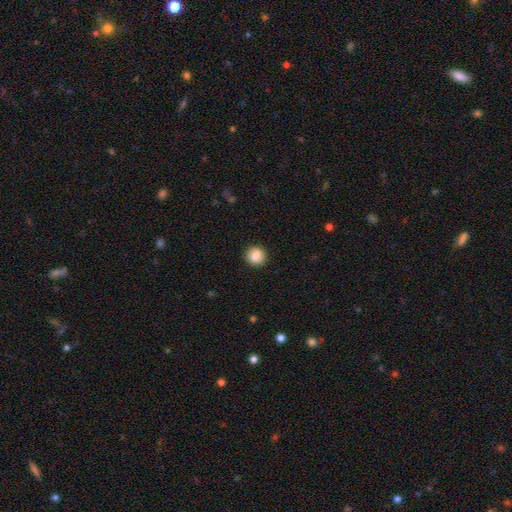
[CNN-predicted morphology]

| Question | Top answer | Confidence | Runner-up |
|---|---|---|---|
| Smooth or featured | smooth | 84% | star or artifact (8%) |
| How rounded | round | 86% | in between (13%) |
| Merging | none | 88% | minor disturbance (8%) |